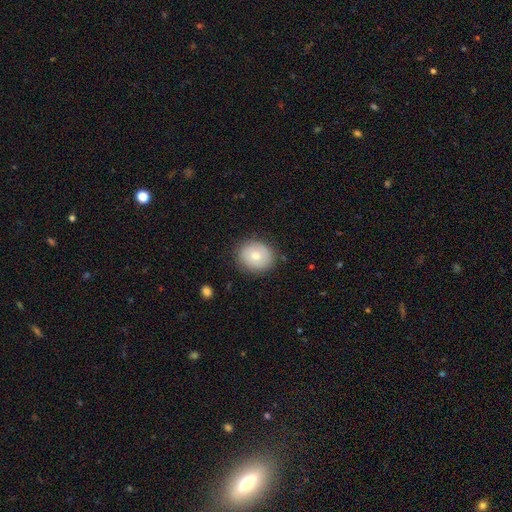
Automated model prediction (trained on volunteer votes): smooth_or_featured: smooth (p=0.71) [alt: featured or disk p=0.22]
how_rounded: round (p=0.74) [alt: in between p=0.25]
merging: none (p=0.84) [alt: minor disturbance p=0.12]